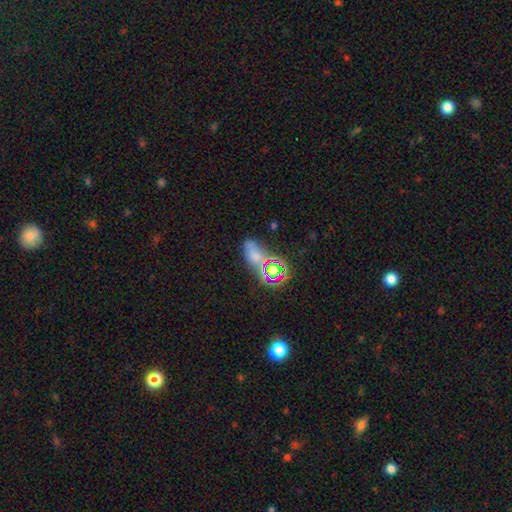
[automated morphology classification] smooth_or_featured: star or artifact (p=0.46) [alt: smooth p=0.36]